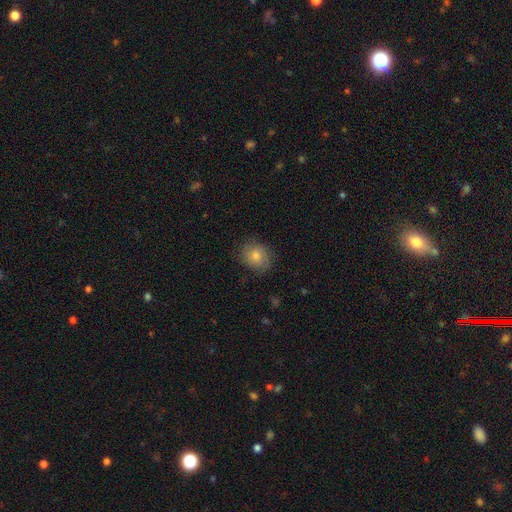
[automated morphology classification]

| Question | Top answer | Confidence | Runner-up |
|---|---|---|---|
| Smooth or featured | smooth | 69% | featured or disk (19%) |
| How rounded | round | 68% | in between (31%) |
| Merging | none | 81% | minor disturbance (14%) |